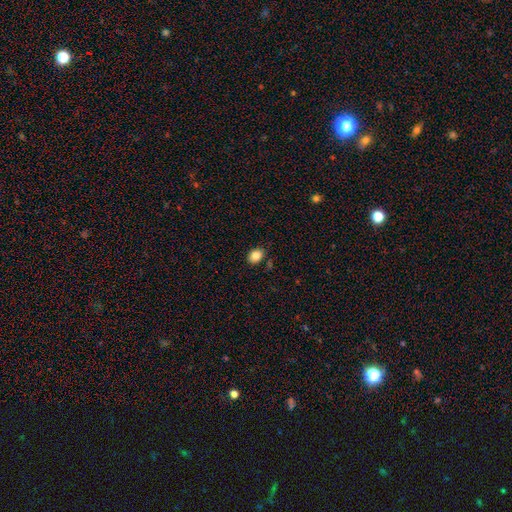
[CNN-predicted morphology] smooth_or_featured: smooth (p=0.85) [alt: star or artifact p=0.10]
how_rounded: in between (p=0.60) [alt: round p=0.40]
merging: none (p=0.85) [alt: minor disturbance p=0.10]